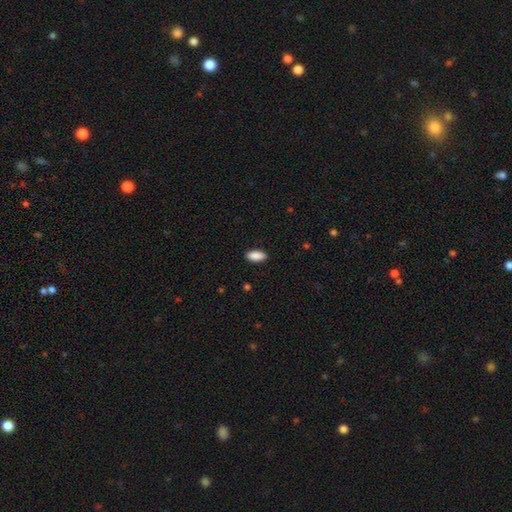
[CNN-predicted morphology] smooth 89%, star or artifact 6%, featured or disk 5%. Down the decision tree: how rounded — in between (83%); merging — none (89%).